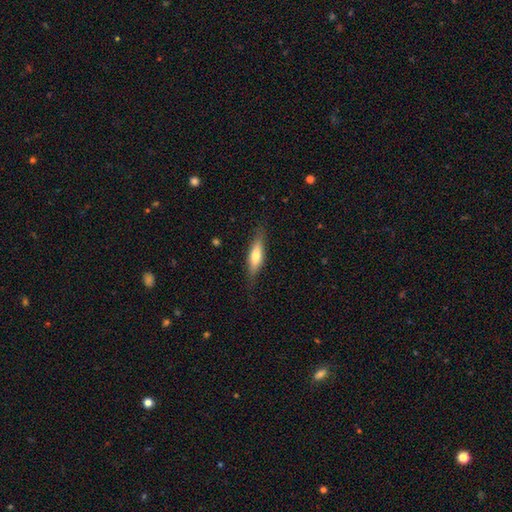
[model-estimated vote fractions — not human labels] smooth 61%, featured or disk 33%, star or artifact 6%. Down the decision tree: how rounded — cigar-shaped (62%); merging — none (81%).